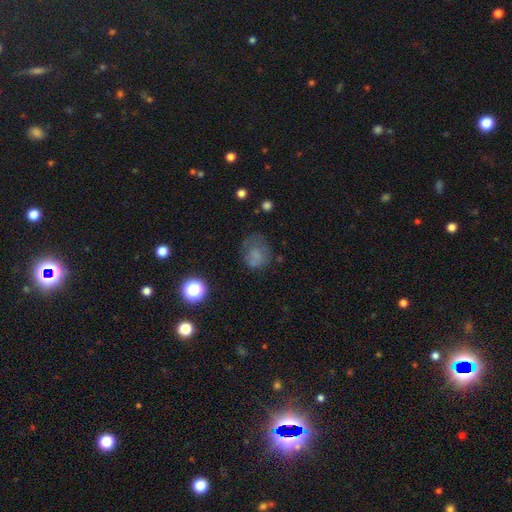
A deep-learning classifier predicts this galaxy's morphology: smooth-or-featured: smooth: 65% | featured or disk: 18% | star or artifact: 17%
  how-rounded: round: 68% | in between: 31% | cigar-shaped: 1%
  merging: none: 48% | minor disturbance: 26% | major disturbance: 21% | merger: 4%